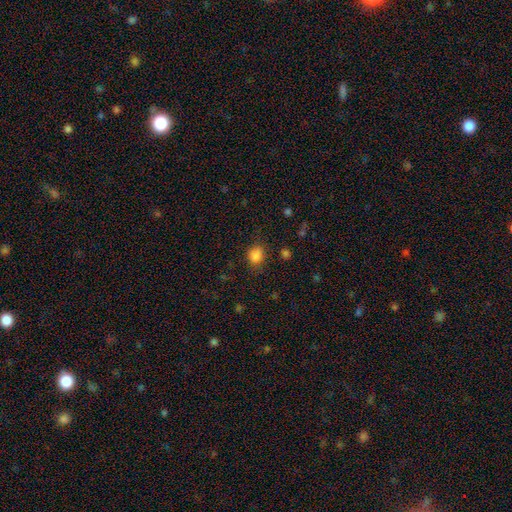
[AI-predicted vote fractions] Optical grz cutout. It shows a smooth galaxy with no disk features (84%) that is round (56%). Merging: none (73%).